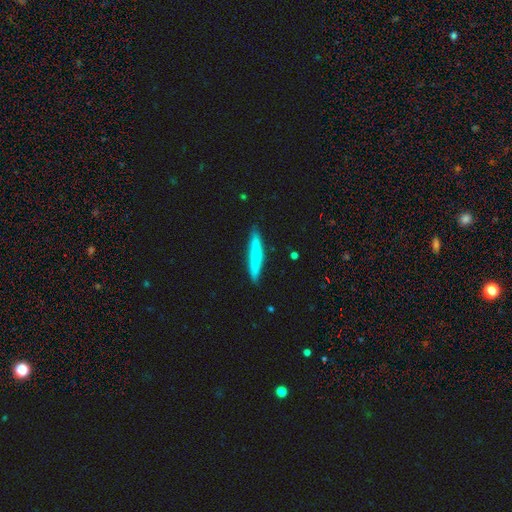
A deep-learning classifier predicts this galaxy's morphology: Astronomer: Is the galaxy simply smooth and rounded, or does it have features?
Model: smooth — 68%.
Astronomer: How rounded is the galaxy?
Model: cigar-shaped — 93%.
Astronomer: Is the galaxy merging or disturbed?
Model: none — 83%.